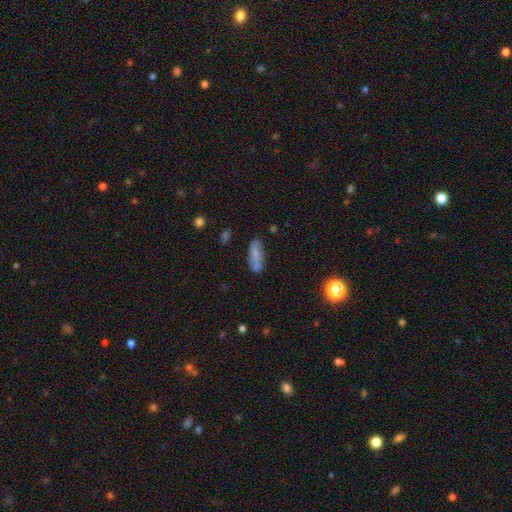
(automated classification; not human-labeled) This is likely a smooth galaxy (62%). How rounded: possibly in between (56%). Merging: likely none (70%).